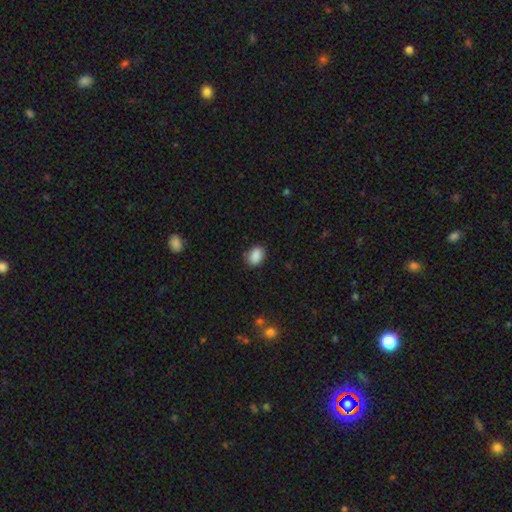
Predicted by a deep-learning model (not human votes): A smooth galaxy with no disk features (88%) that is in between round and cigar-shaped (76%).

Vote fractions:
- Smooth or featured? smooth: 88% / star or artifact: 8% / featured or disk: 4%
- How rounded? in between: 76% / round: 23% / cigar-shaped: 1%
- Merging? none: 81% / minor disturbance: 15% / major disturbance: 3% / merger: 1%